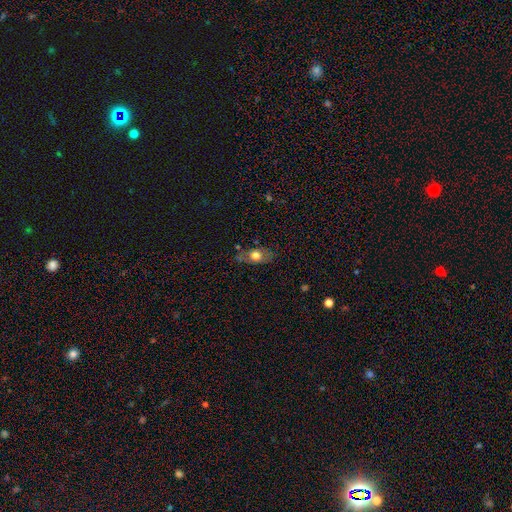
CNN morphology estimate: This appears to be a smooth galaxy with no disk features (61%) that is in between round and cigar-shaped (77%). Merging: none (67%).